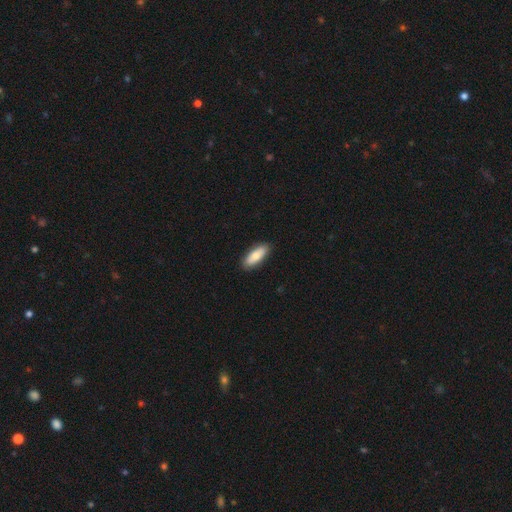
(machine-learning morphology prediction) Smooth or featured?
  - smooth: 79% *
  - featured or disk: 15%
  - star or artifact: 6%
How rounded?
  - in between: 76% *
  - cigar-shaped: 22%
  - round: 2%
Merging?
  - none: 88% *
  - minor disturbance: 9%
  - major disturbance: 2%
  - merger: 1%